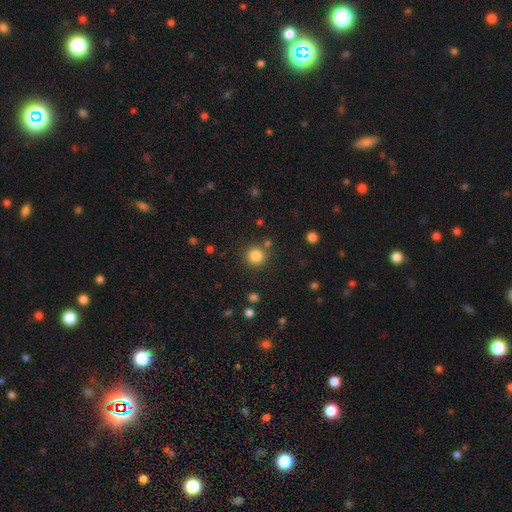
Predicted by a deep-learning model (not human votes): A smooth galaxy with no disk features (84%) that is round (93%).

Vote fractions:
- Smooth or featured? smooth: 84% / star or artifact: 12% / featured or disk: 5%
- How rounded? round: 93% / in between: 6% / cigar-shaped: 1%
- Merging? none: 83% / minor disturbance: 8% / merger: 6% / major disturbance: 3%